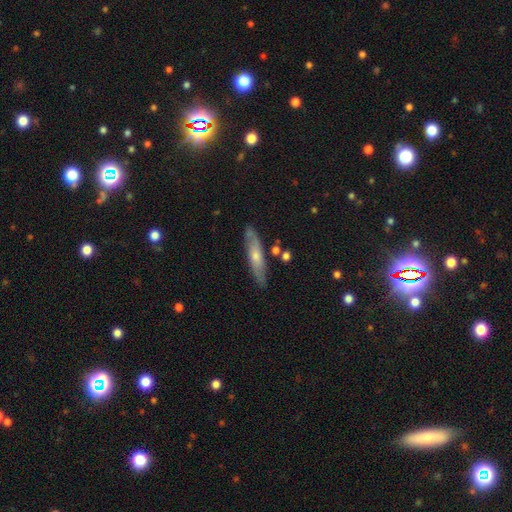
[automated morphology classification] Smooth or featured?
  - featured or disk: 52% *
  - smooth: 42%
  - star or artifact: 6%
Edge-on disk?
  - yes: 60% *
  - no: 40%
Merging?
  - none: 82% *
  - minor disturbance: 13%
  - merger: 3%
  - major disturbance: 2%